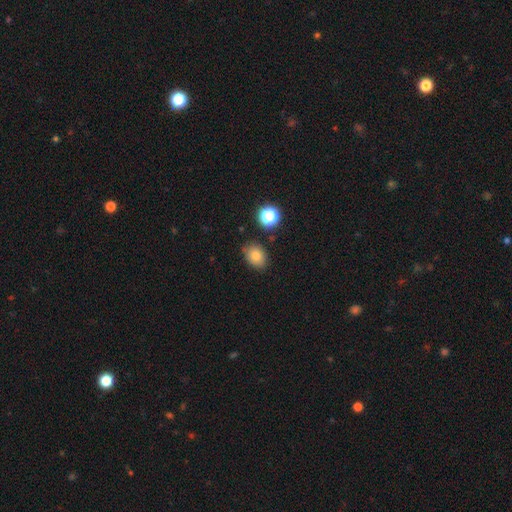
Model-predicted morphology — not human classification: smooth_or_featured: smooth (p=0.79) [alt: star or artifact p=0.12]
how_rounded: in between (p=0.62) [alt: round p=0.37]
merging: none (p=0.81) [alt: minor disturbance p=0.13]